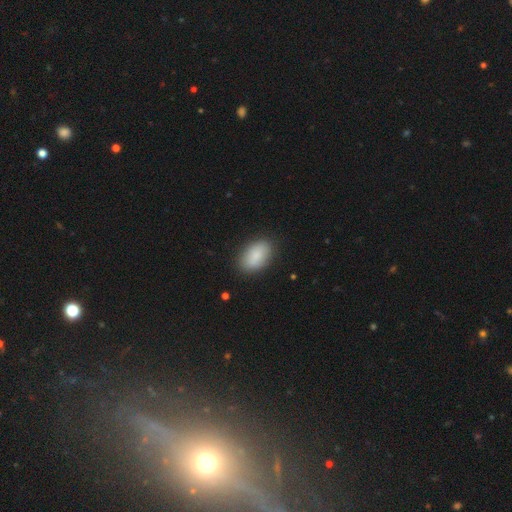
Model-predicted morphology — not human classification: The model was most divided on "merging": none: 86%, minor disturbance: 10%, major disturbance: 3%, merger: 1%. More confident: how rounded — in between (92%); smooth or featured — smooth (87%).